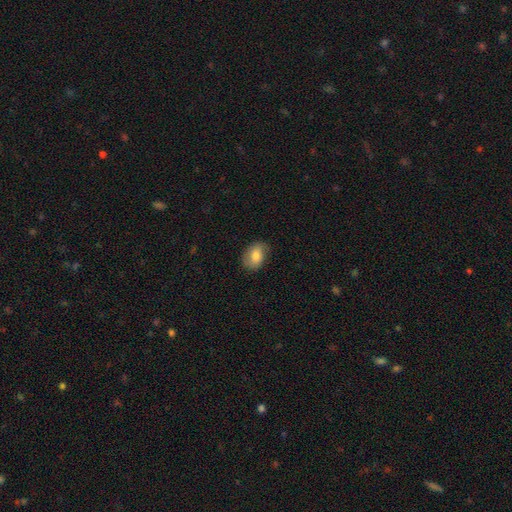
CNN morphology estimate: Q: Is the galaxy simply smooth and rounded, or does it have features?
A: smooth — 78%.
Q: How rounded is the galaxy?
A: in between — 78%.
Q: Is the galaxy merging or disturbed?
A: none — 77%.